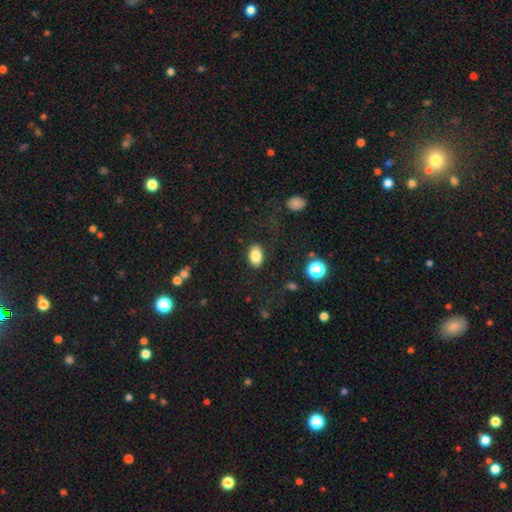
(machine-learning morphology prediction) smooth 83%, star or artifact 9%, featured or disk 8%. Down the decision tree: how rounded — in between (88%); merging — none (84%).